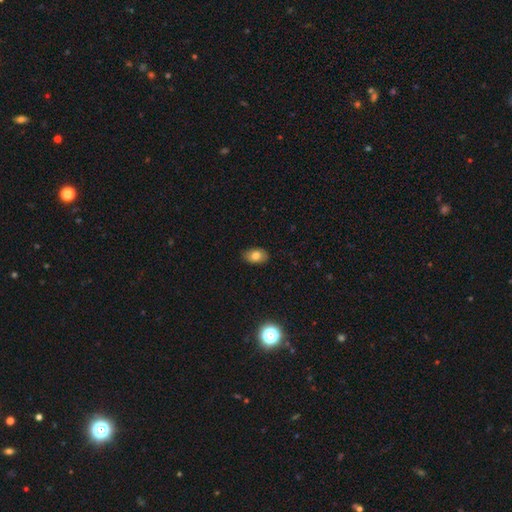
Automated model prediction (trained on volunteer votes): A smooth galaxy with no disk features (78%) that is in between round and cigar-shaped (86%).

Vote fractions:
- Smooth or featured? smooth: 78% / featured or disk: 12% / star or artifact: 10%
- How rounded? in between: 86% / round: 12% / cigar-shaped: 1%
- Merging? none: 86% / minor disturbance: 11% / major disturbance: 2% / merger: 1%